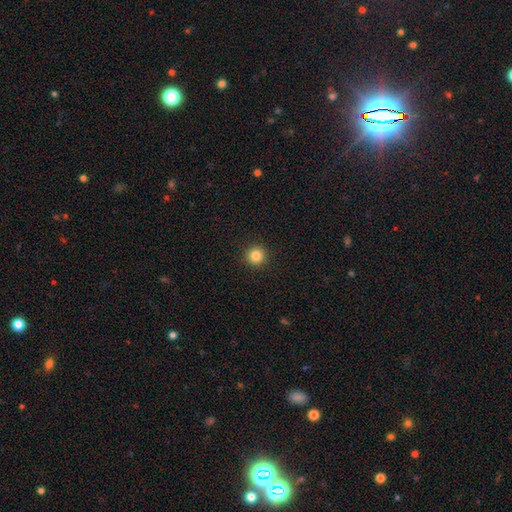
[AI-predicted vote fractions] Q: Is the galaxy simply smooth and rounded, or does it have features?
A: smooth — 84%.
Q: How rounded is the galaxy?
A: round — 95%.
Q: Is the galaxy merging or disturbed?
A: none — 92%.